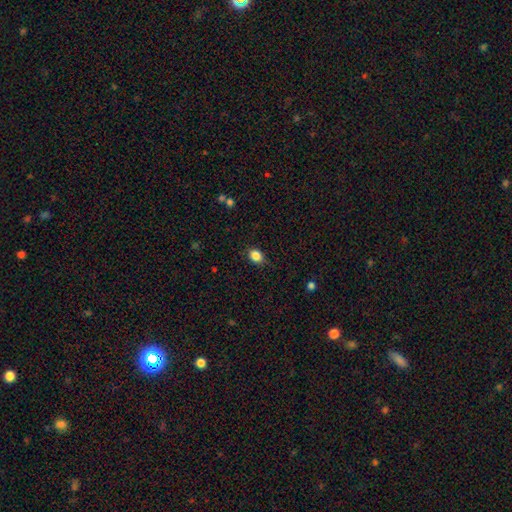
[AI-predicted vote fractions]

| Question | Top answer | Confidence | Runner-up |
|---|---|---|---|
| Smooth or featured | smooth | 85% | star or artifact (10%) |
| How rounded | in between | 52% | round (47%) |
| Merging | none | 82% | minor disturbance (14%) |